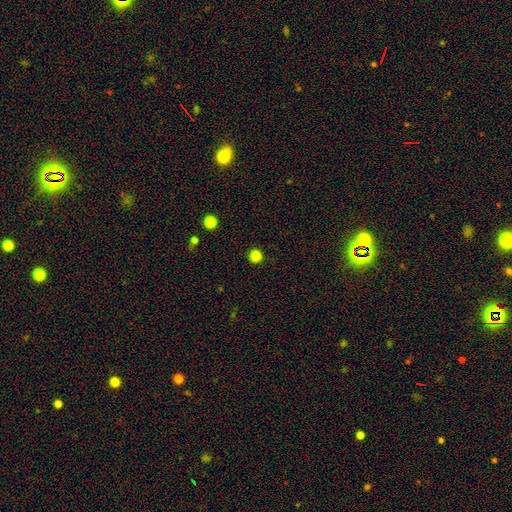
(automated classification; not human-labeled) This appears to be a smooth galaxy with no disk features (83%) that is round (93%). Merging: none (90%).